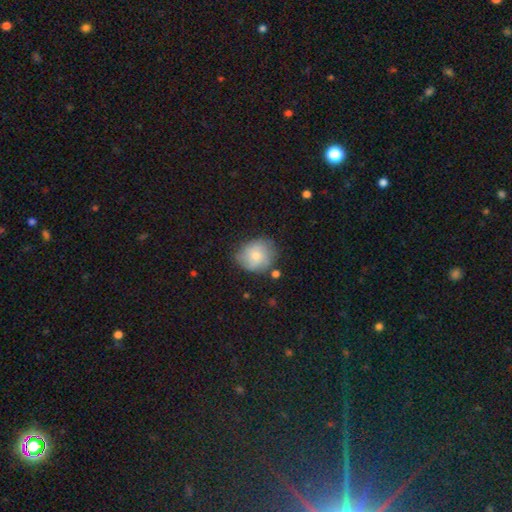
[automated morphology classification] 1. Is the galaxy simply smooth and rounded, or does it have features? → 68% smooth, 24% featured or disk, 8% star or artifact.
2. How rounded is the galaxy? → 76% round, 23% in between, 1% cigar-shaped.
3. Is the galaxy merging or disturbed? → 67% none, 23% minor disturbance, 6% major disturbance, 4% merger.